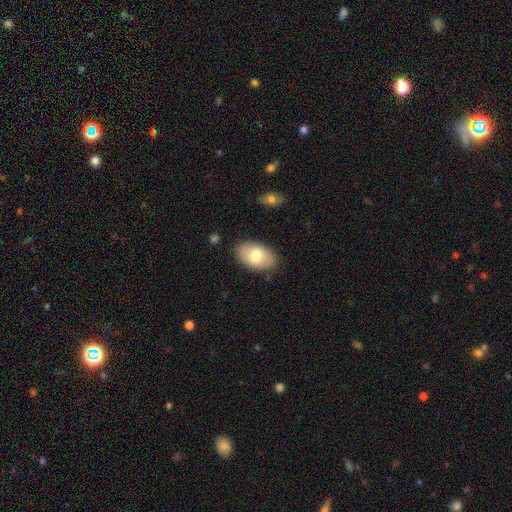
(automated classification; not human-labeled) A smooth galaxy with no disk features (74%) that is in between round and cigar-shaped (92%).

Vote fractions:
- Smooth or featured? smooth: 74% / featured or disk: 19% / star or artifact: 6%
- How rounded? in between: 92% / round: 7% / cigar-shaped: 1%
- Merging? none: 84% / minor disturbance: 11% / major disturbance: 3% / merger: 2%